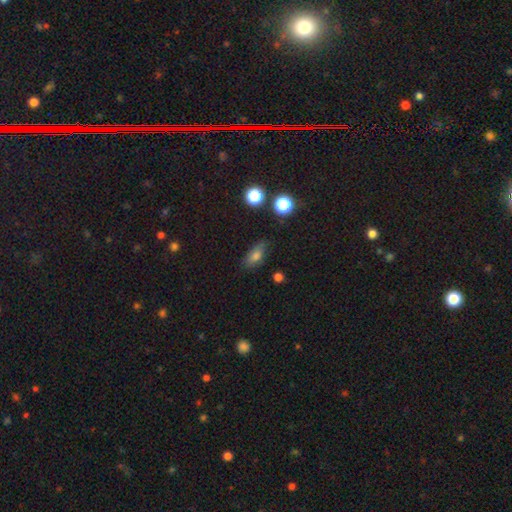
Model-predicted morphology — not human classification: Q: Smooth or featured?
A: smooth (77%); runner-up: star or artifact (12%)
Q: How rounded?
A: in between (77%); runner-up: cigar-shaped (12%)
Q: Merging?
A: none (72%); runner-up: minor disturbance (20%)